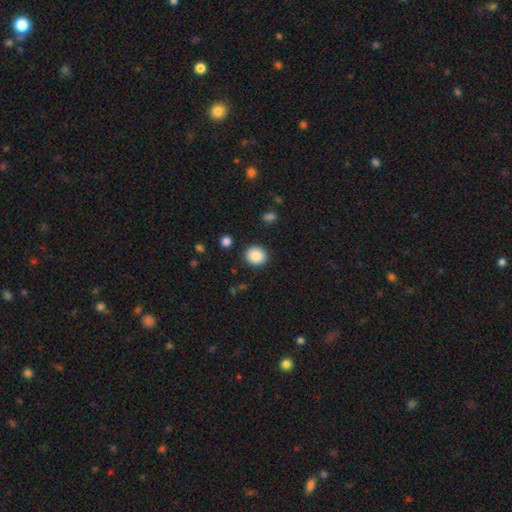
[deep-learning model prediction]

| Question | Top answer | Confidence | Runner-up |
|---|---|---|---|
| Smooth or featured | smooth | 88% | star or artifact (8%) |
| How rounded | round | 76% | in between (23%) |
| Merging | none | 89% | minor disturbance (7%) |